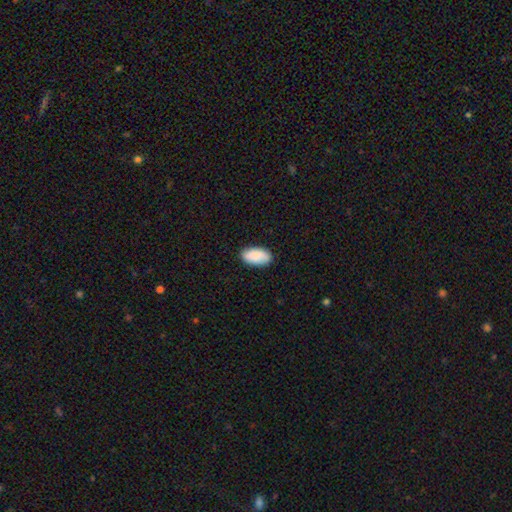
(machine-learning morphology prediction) Smooth or featured? smooth (90%)
How rounded? in between (95%)
Merging? none (88%)